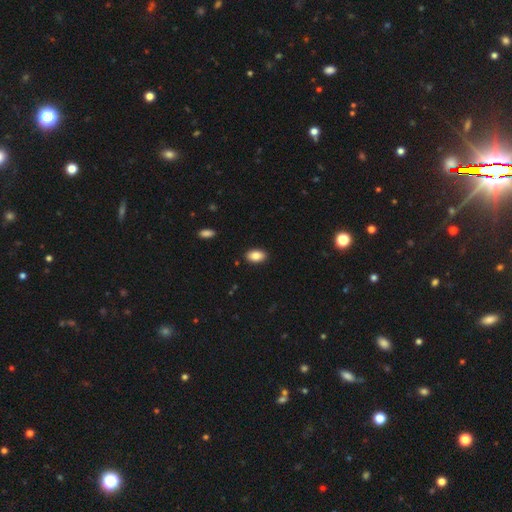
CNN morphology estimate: A smooth galaxy with no disk features (86%) that is in between round and cigar-shaped (91%). Merging: none (89%).